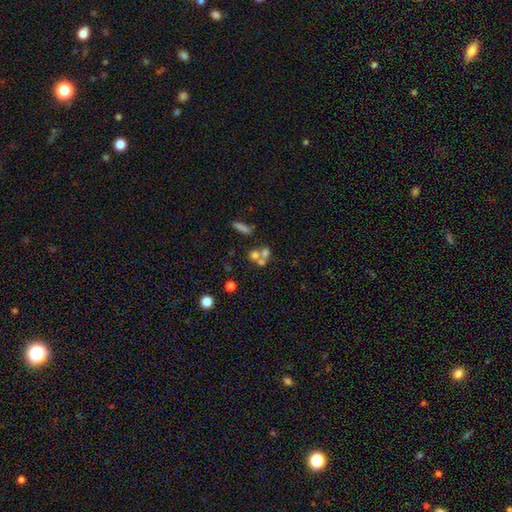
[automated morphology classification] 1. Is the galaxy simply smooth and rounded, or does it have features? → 57% smooth, 26% featured or disk, 17% star or artifact.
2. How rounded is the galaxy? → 70% round, 27% in between, 2% cigar-shaped.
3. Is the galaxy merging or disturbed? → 56% merger, 31% none, 7% minor disturbance, 5% major disturbance.